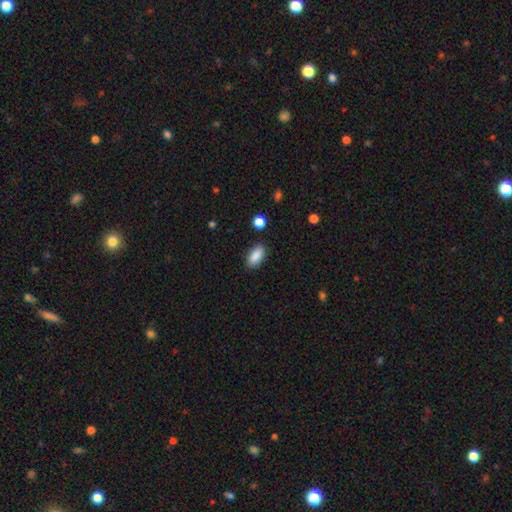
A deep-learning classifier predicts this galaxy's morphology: The model was most divided on "merging": none: 86%, minor disturbance: 10%, major disturbance: 2%, merger: 2%. More confident: how rounded — in between (91%); smooth or featured — smooth (89%).